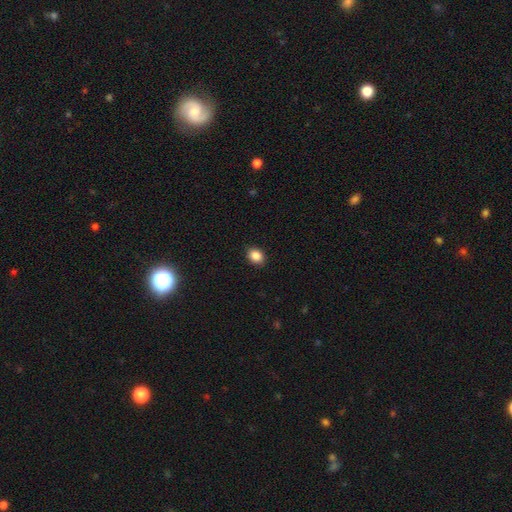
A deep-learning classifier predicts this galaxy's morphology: smooth-or-featured: smooth: 87% | star or artifact: 9% | featured or disk: 4%
  how-rounded: in between: 56% | round: 43% | cigar-shaped: 1%
  merging: none: 89% | minor disturbance: 8% | major disturbance: 2% | merger: 1%